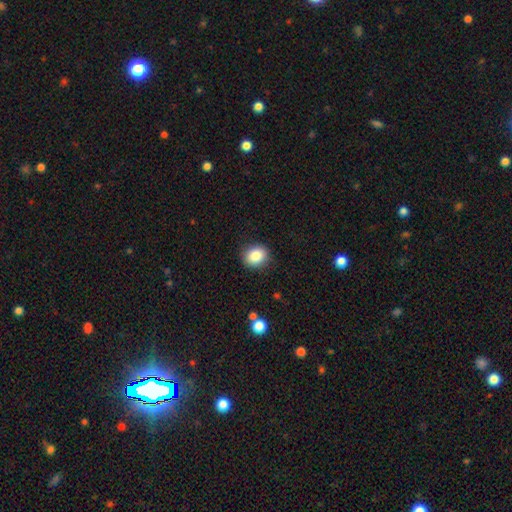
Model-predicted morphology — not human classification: smooth 85%, star or artifact 9%, featured or disk 6%. Down the decision tree: how rounded — round (66%); merging — none (88%).